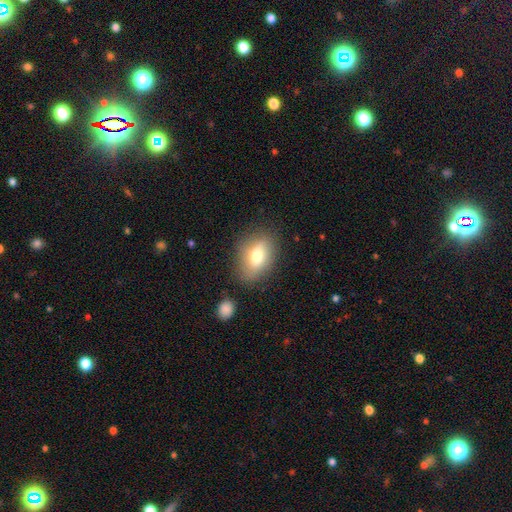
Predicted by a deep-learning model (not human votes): This appears to be a smooth galaxy with no disk features (70%) that is in between round and cigar-shaped (79%). Merging: none (76%).